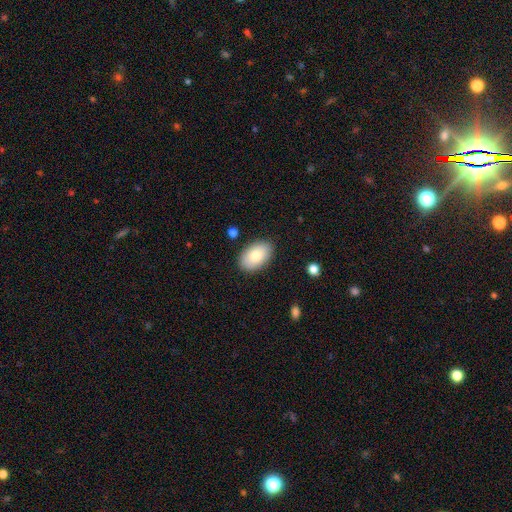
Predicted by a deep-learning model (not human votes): A smooth galaxy with no disk features (80%) that is in between round and cigar-shaped (92%). Merging: none (87%).